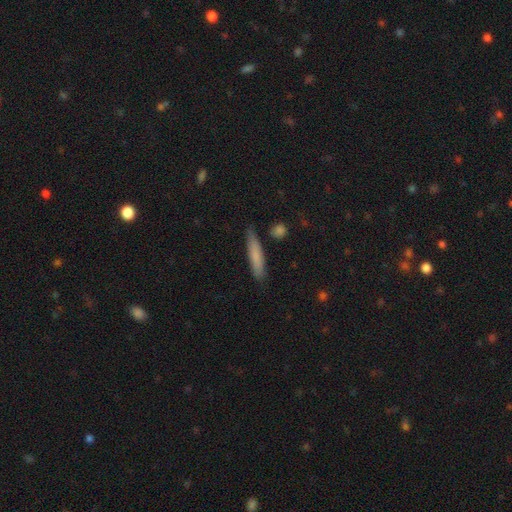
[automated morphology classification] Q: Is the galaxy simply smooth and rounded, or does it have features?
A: smooth — 75%.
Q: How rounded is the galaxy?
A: cigar-shaped — 88%.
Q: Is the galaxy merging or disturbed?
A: none — 81%.